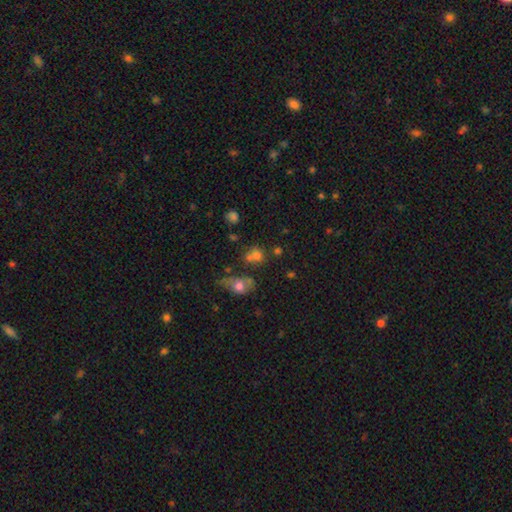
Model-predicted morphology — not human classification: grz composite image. It shows a smooth galaxy with no disk features (70%) that is round (69%). Merging: none (48%).